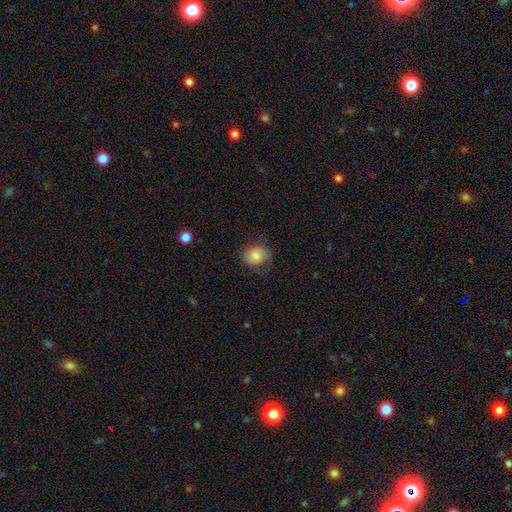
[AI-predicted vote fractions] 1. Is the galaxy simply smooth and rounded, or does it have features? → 76% smooth, 16% featured or disk, 8% star or artifact.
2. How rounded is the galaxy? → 60% round, 39% in between, 1% cigar-shaped.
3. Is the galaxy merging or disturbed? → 66% none, 23% minor disturbance, 10% major disturbance, 1% merger.